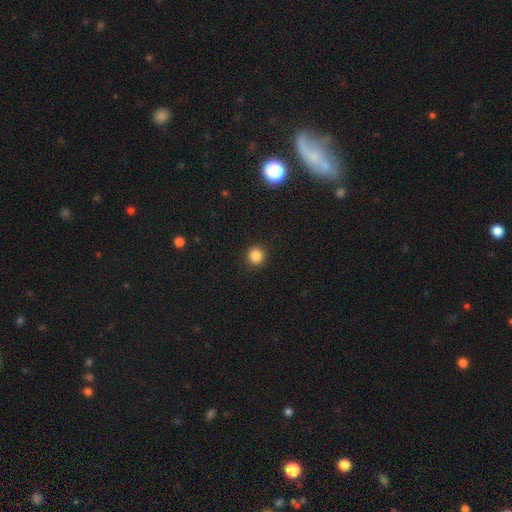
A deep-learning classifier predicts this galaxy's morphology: Smooth or featured?
  - smooth: 85% *
  - star or artifact: 12%
  - featured or disk: 3%
How rounded?
  - round: 91% *
  - in between: 8%
  - cigar-shaped: 1%
Merging?
  - none: 91% *
  - minor disturbance: 6%
  - major disturbance: 2%
  - merger: 1%